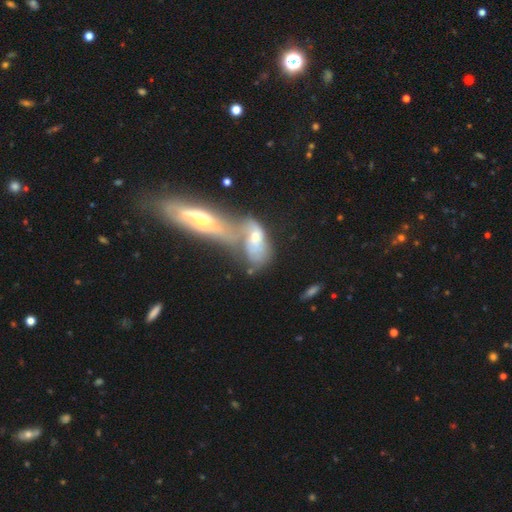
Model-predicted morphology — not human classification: Smooth or featured? Predicted: featured or disk (p=0.51). Edge-on disk? Predicted: no (p=0.85). Merging? Predicted: merger (p=0.70).